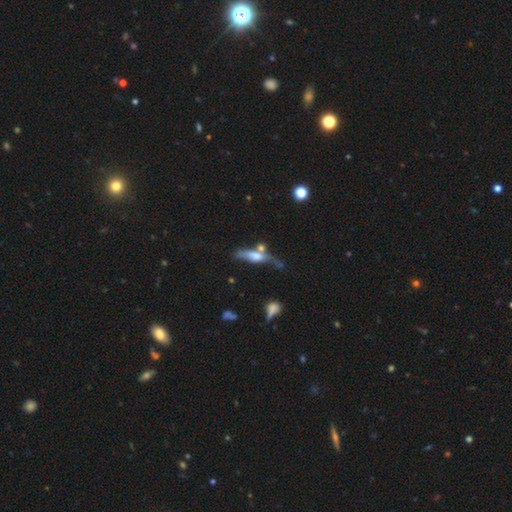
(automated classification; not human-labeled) Overall: featured or disk (48%; smooth 43%). Merging: none (37%; merger 25%).